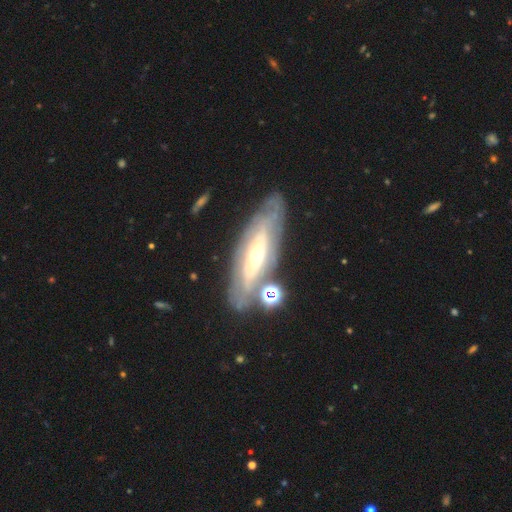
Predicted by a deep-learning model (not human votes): Morphology: type=featured or disk (75%); edge-on=no (77%); bar=no (70%); spiral arms=yes (60%); bulge=small (64%); merging=none (73%).